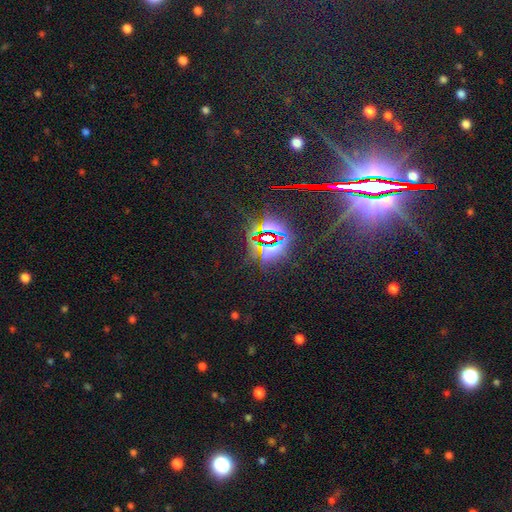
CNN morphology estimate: smooth_or_featured: star or artifact (p=0.84) [alt: smooth p=0.08]